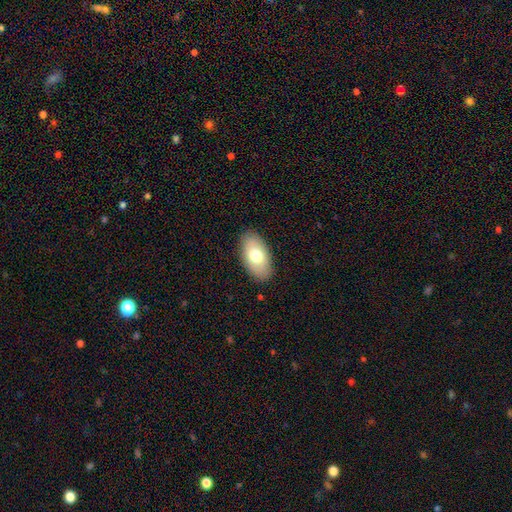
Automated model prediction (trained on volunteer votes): The model was most divided on "smooth or featured": smooth: 73%, featured or disk: 20%, star or artifact: 6%. More confident: how rounded — in between (95%); merging — none (88%).